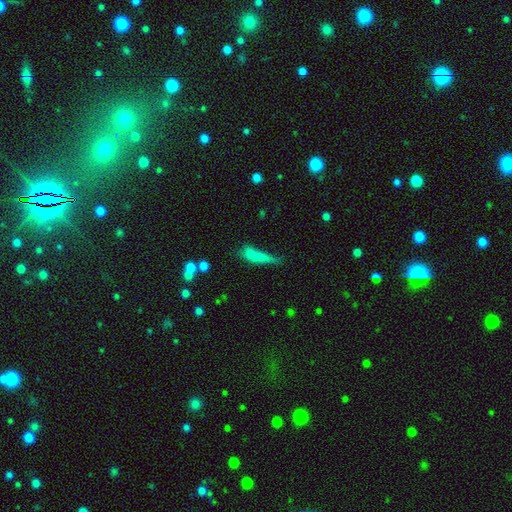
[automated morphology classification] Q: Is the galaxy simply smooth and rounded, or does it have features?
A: smooth — 64%.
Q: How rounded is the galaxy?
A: cigar-shaped — 67%.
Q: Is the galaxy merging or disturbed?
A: none — 32%.